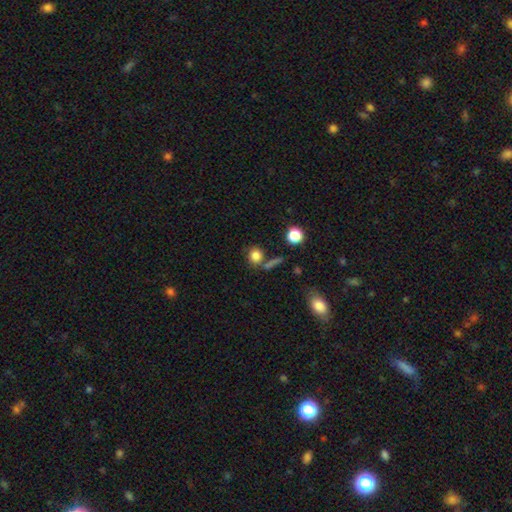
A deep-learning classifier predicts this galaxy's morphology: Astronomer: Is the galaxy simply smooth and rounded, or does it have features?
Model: smooth — 82%.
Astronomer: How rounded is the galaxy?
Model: round — 79%.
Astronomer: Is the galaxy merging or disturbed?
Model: none — 67%.